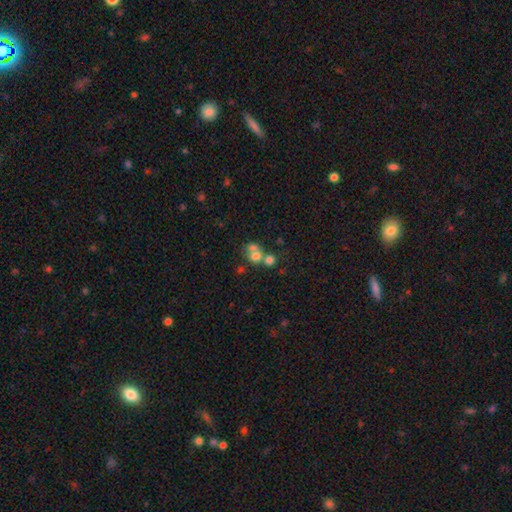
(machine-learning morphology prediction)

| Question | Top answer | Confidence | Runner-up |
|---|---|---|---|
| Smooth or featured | smooth | 67% | featured or disk (18%) |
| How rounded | round | 77% | in between (22%) |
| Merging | merger | 55% | none (34%) |